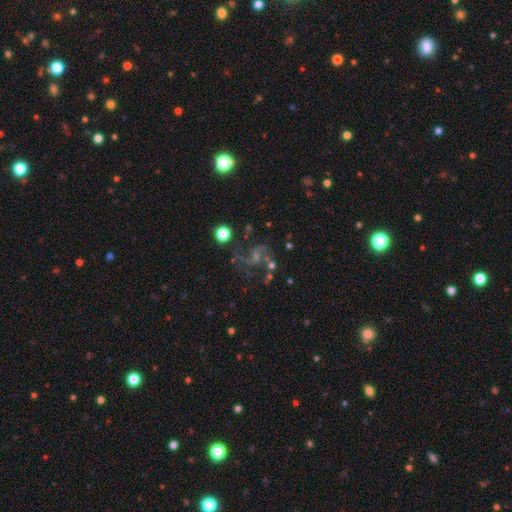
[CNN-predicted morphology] smooth_or_featured: featured or disk (p=0.71) [alt: star or artifact p=0.18]
disk_edge_on: no (p=0.98) [alt: yes p=0.02]
bar: no (p=0.46) [alt: weak p=0.42]
has_spiral_arms: yes (p=0.92) [alt: no p=0.08]
spiral_winding: medium (p=0.46) [alt: loose p=0.43]
spiral_arm_count: 2 (p=0.80) [alt: can't tell p=0.07]
bulge_size: small (p=0.53) [alt: moderate p=0.25]
merging: none (p=0.56) [alt: major disturbance p=0.19]